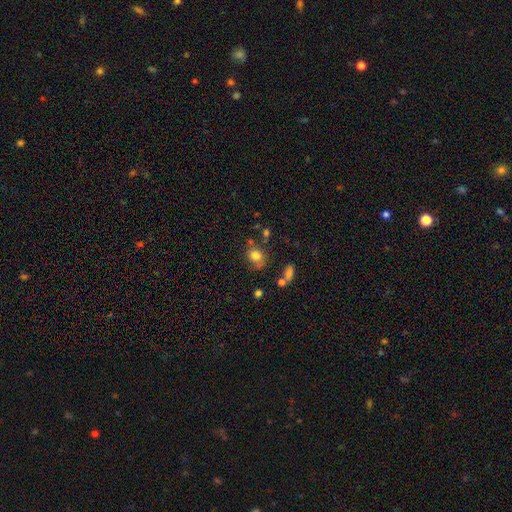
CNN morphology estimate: This is likely a smooth galaxy (79%). How rounded: possibly round (54%). Merging: possibly none (60%).